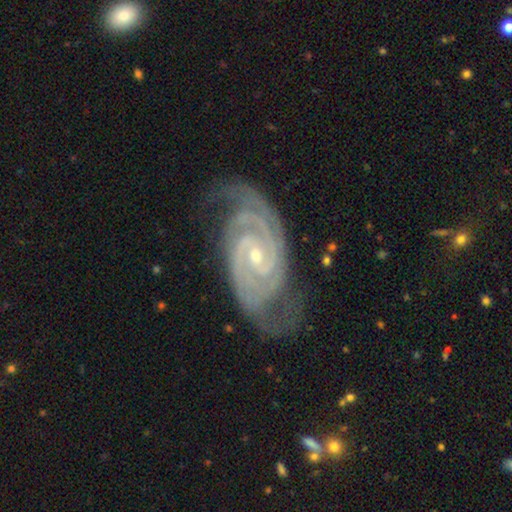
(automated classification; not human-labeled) featured or disk 94%, star or artifact 4%, smooth 2%. Down the decision tree: edge-on disk — no (97%); bar — no (43%); spiral arms — yes (99%); spiral arm count — 2 (67%); spiral winding — tight (74%); bulge size — small (69%); merging — none (72%).